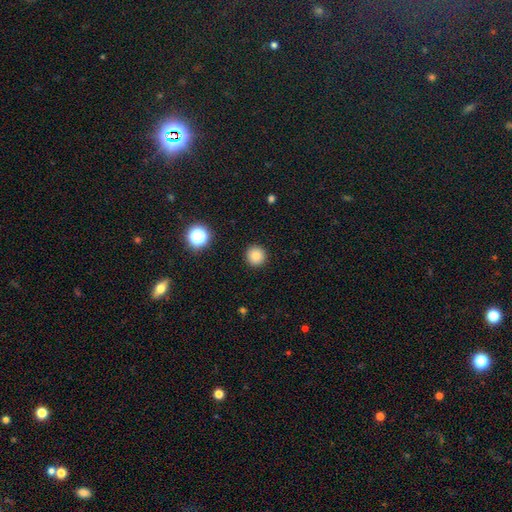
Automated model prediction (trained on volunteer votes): The model was most divided on "smooth or featured": smooth: 84%, star or artifact: 12%, featured or disk: 5%. More confident: how rounded — round (95%); merging — none (92%).